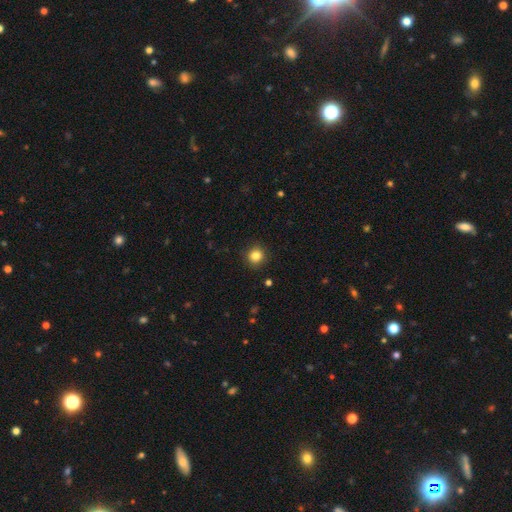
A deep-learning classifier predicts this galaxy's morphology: This appears to be a smooth galaxy with no disk features (84%) that is round (92%). Merging: none (90%).